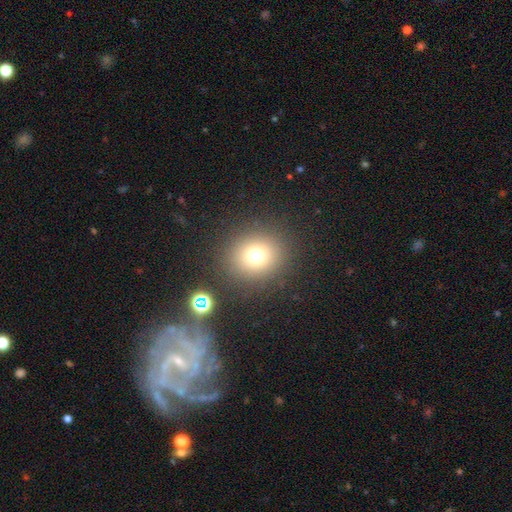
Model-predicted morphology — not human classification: A smooth galaxy with no disk features (73%) that is round (80%). Merging: none (86%).